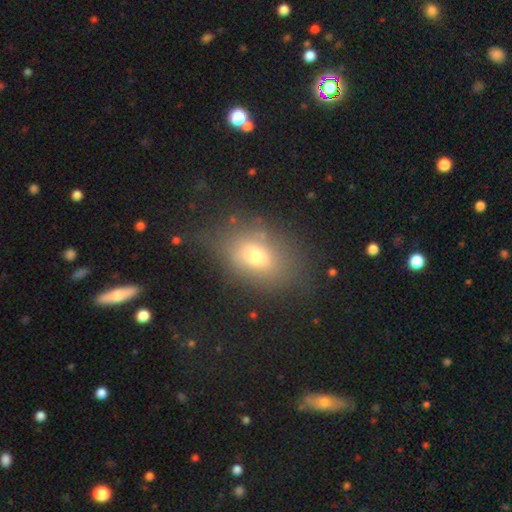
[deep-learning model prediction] The model was most divided on "merging": none: 62%, minor disturbance: 22%, major disturbance: 13%, merger: 3%. More confident: how rounded — in between (76%); smooth or featured — smooth (70%).